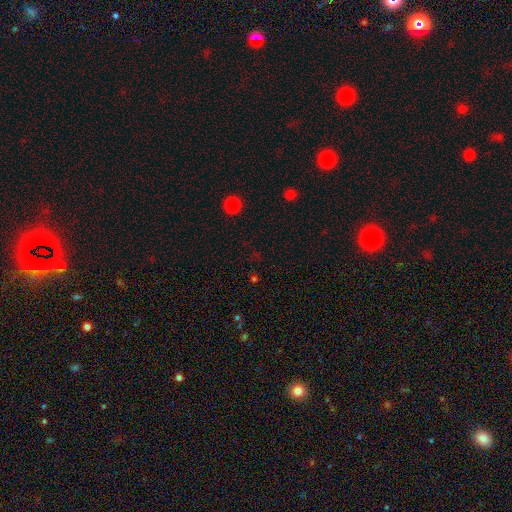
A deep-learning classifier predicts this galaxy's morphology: This appears to be a star or artifact, not a galaxy (60%).